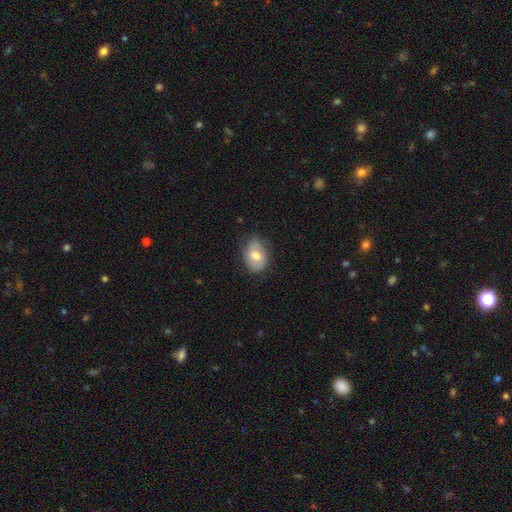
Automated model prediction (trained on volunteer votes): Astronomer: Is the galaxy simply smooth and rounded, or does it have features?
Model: smooth — 65%.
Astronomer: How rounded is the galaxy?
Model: in between — 78%.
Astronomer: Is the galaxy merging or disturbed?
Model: none — 67%.